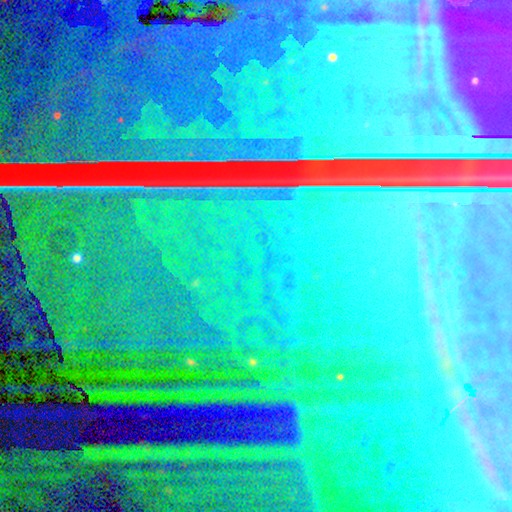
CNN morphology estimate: This appears to be a star or artifact, not a galaxy (86%).